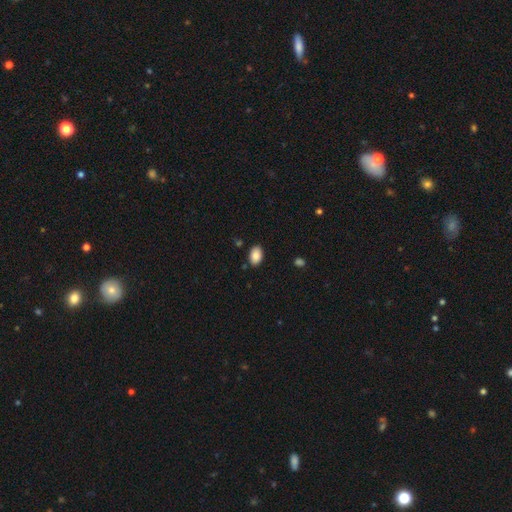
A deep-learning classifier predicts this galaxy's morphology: Smooth or featured? Predicted: smooth (p=0.88). How rounded? Predicted: in between (p=0.90). Merging? Predicted: none (p=0.86).